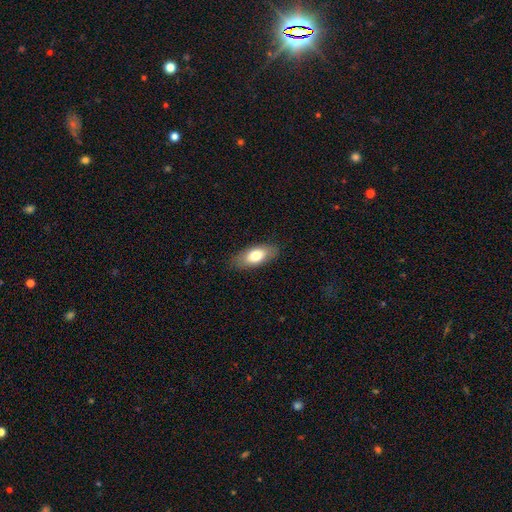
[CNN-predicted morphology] Smooth or featured?
  - smooth: 76% *
  - featured or disk: 18%
  - star or artifact: 6%
How rounded?
  - in between: 86% *
  - cigar-shaped: 11%
  - round: 3%
Merging?
  - none: 85% *
  - minor disturbance: 11%
  - major disturbance: 3%
  - merger: 1%